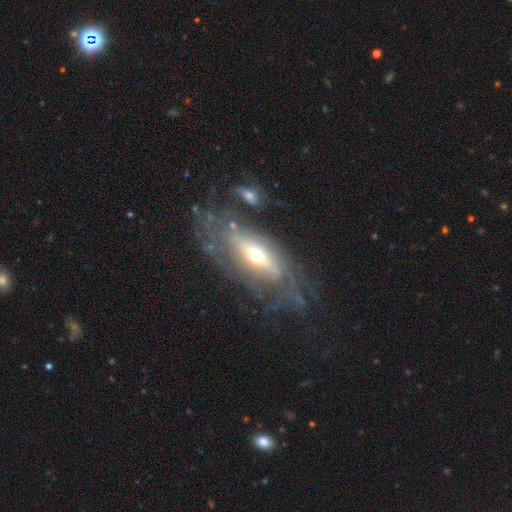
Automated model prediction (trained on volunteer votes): The model was most divided on "spiral arms": yes: 55%, no: 45%. More confident: edge-on disk — no (74%); smooth or featured — featured or disk (73%); bulge size — moderate (63%); bar — no (56%); merging — none (50%).